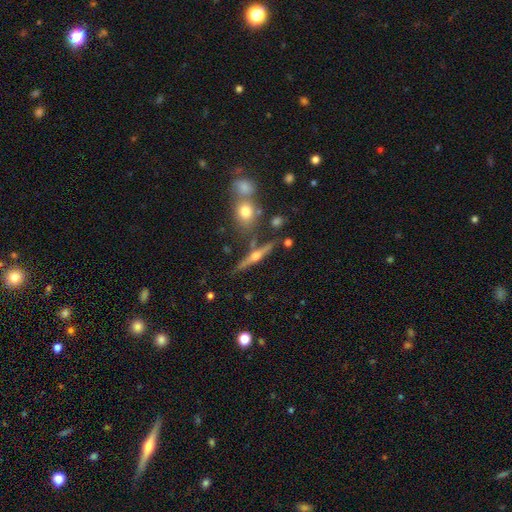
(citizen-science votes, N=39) smooth-or-featured: featured or disk: 69% | smooth: 28% | star or artifact: 3%
  disk-edge-on: yes: 93% | no: 7%
    edge-on-bulge: rounded: 96% | none: 4% | boxy: 0%
  merging: none: 66% | minor disturbance: 21% | major disturbance: 8% | merger: 5%